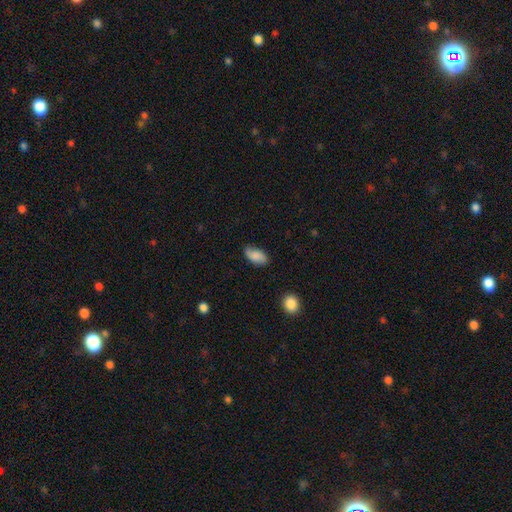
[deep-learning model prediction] Smooth or featured? smooth (77%)
How rounded? in between (92%)
Merging? none (76%)